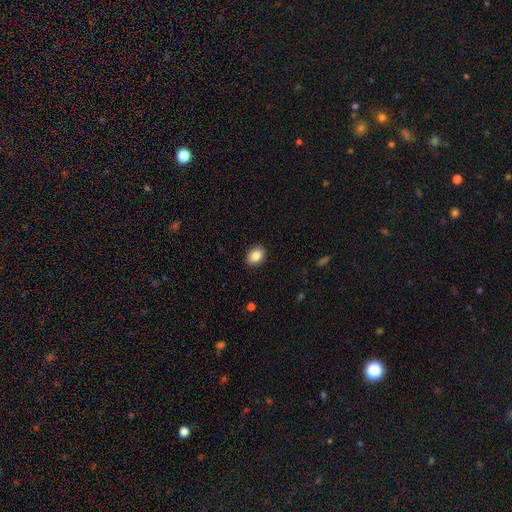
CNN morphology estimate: Smooth or featured? Predicted: smooth (p=0.86). How rounded? Predicted: in between (p=0.63). Merging? Predicted: none (p=0.90).